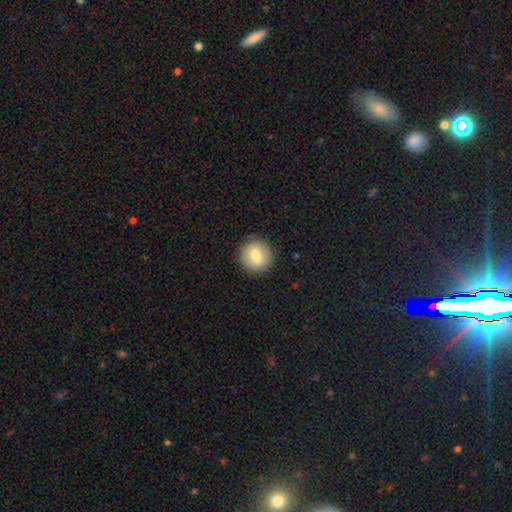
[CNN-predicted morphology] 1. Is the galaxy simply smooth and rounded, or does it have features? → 72% smooth, 20% featured or disk, 8% star or artifact.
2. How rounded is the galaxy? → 92% round, 7% in between, 1% cigar-shaped.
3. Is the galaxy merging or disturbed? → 90% none, 7% minor disturbance, 2% major disturbance, 1% merger.